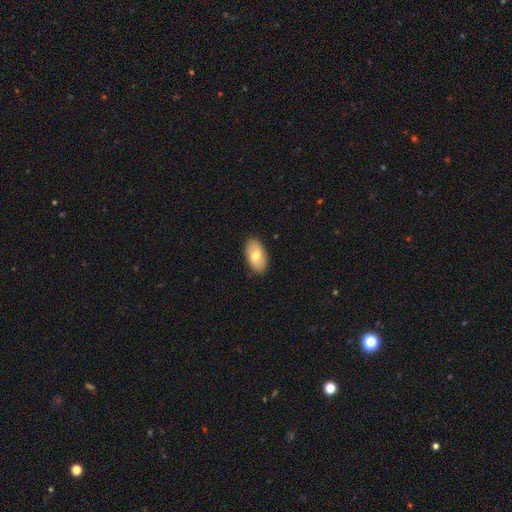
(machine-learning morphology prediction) A smooth galaxy with no disk features (74%) that is in between round and cigar-shaped (94%).

Vote fractions:
- Smooth or featured? smooth: 74% / featured or disk: 20% / star or artifact: 6%
- How rounded? in between: 94% / round: 4% / cigar-shaped: 2%
- Merging? none: 88% / minor disturbance: 9% / major disturbance: 2% / merger: 1%